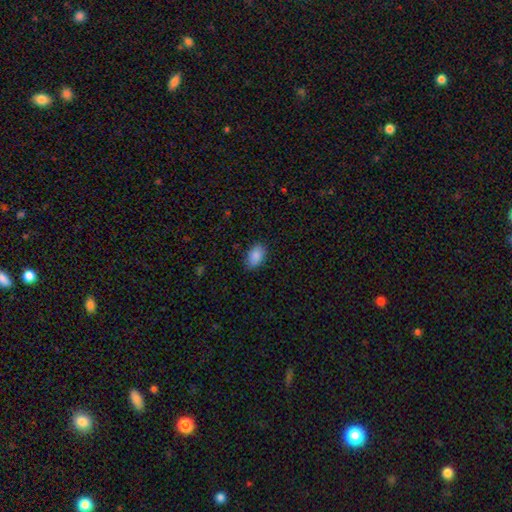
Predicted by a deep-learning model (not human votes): smooth 88%, star or artifact 7%, featured or disk 4%. Down the decision tree: how rounded — in between (91%); merging — none (82%).